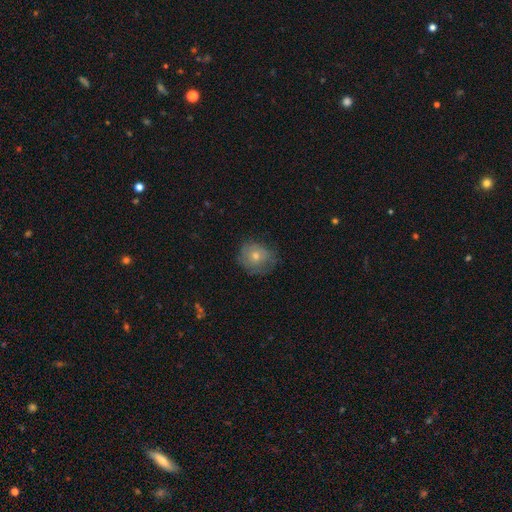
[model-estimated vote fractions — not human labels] Smooth or featured? smooth (53%)
How rounded? round (78%)
Merging? none (70%)